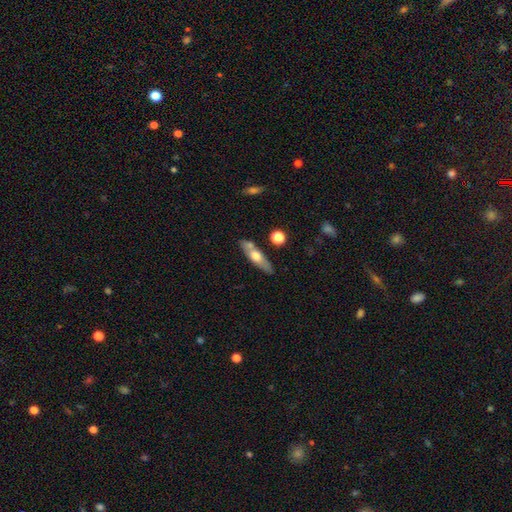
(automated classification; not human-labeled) smooth 49%, featured or disk 45%, star or artifact 6%. Down the decision tree: merging — none (72%).